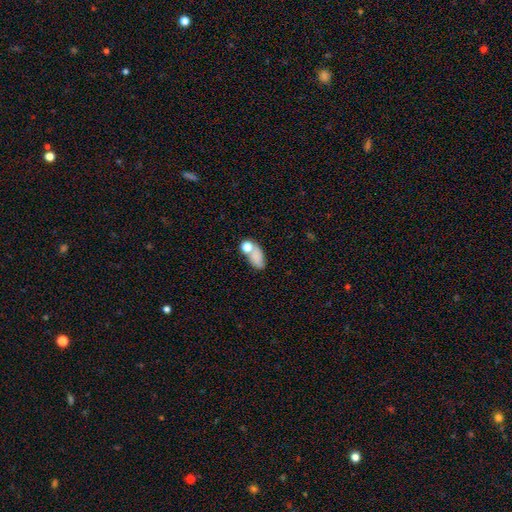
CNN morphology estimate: Overall: smooth (74%). How rounded: in between (80%). Merging: none (43%; merger 29%).